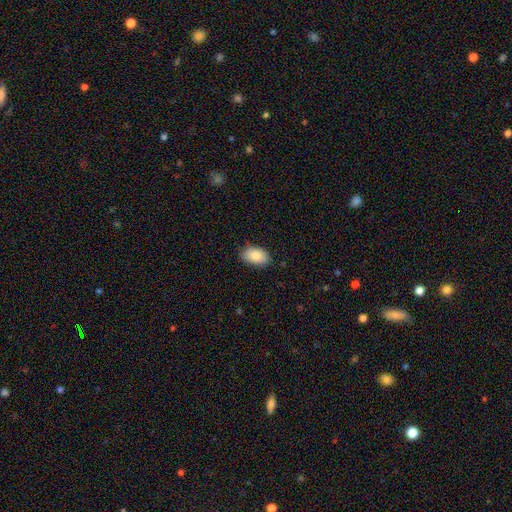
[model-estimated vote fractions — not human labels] smooth-or-featured: smooth: 87% | star or artifact: 7% | featured or disk: 6%
  how-rounded: in between: 92% | round: 7% | cigar-shaped: 1%
  merging: none: 84% | minor disturbance: 13% | major disturbance: 2% | merger: 1%